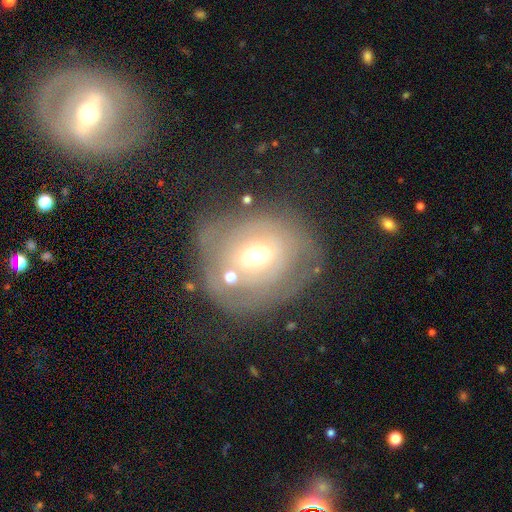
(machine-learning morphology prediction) Smooth or featured? Predicted: featured or disk (p=0.53). Edge-on disk? Predicted: no (p=0.94). Merging? Predicted: none (p=0.50).